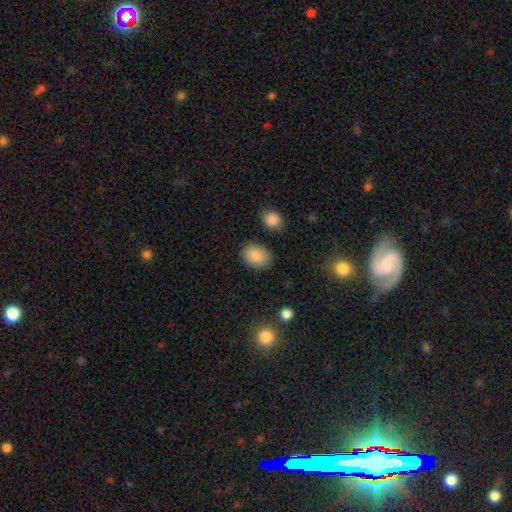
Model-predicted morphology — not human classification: This is clearly a smooth galaxy (88%). How rounded: likely in between (74%). Merging: clearly none (83%).